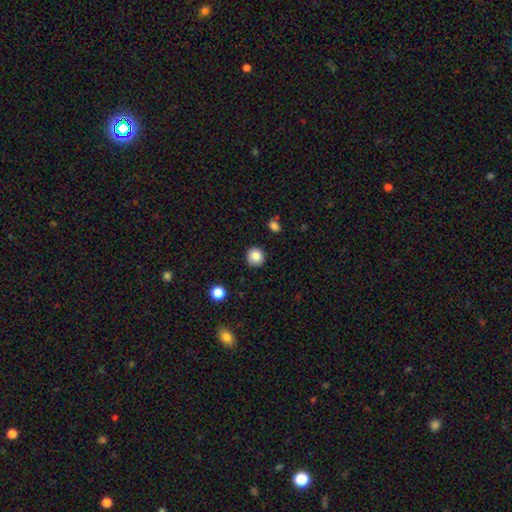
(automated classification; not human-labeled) A smooth galaxy with no disk features (85%) that is round (92%).

Vote fractions:
- Smooth or featured? smooth: 85% / star or artifact: 10% / featured or disk: 5%
- How rounded? round: 92% / in between: 7% / cigar-shaped: 1%
- Merging? none: 90% / minor disturbance: 6% / major disturbance: 2% / merger: 1%